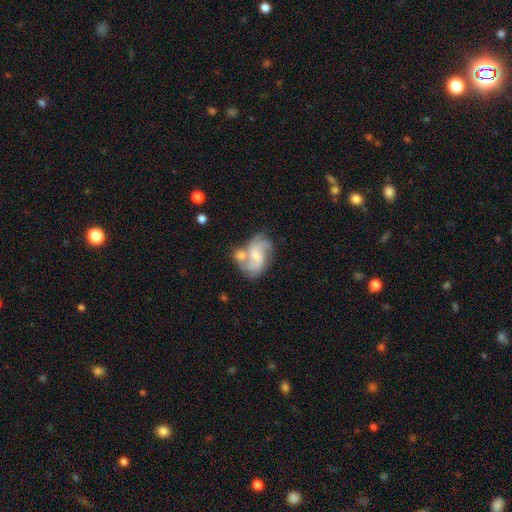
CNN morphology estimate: A featured or disk galaxy (72%) with no bar (52%), 2 (51%) medium (49%) spiral arms (91%) and a small central bulge (51%).

Vote fractions:
- Smooth or featured? featured or disk: 72% / smooth: 21% / star or artifact: 7%
- Edge-on disk? no: 97% / yes: 3%
- Bar? no: 52% / weak: 40% / strong: 8%
- Spiral arms? yes: 91% / no: 9%
- Spiral winding? medium: 49% / loose: 28% / tight: 23%
- Spiral arm count? 2: 51% / 3: 23% / can't tell: 15% / 4: 4% / 1: 3% / more than 4: 3%
- Bulge size? small: 51% / moderate: 34% / none: 10% / large: 4% / dominant: 1%
- Merging? none: 39% / merger: 32% / minor disturbance: 18% / major disturbance: 11%